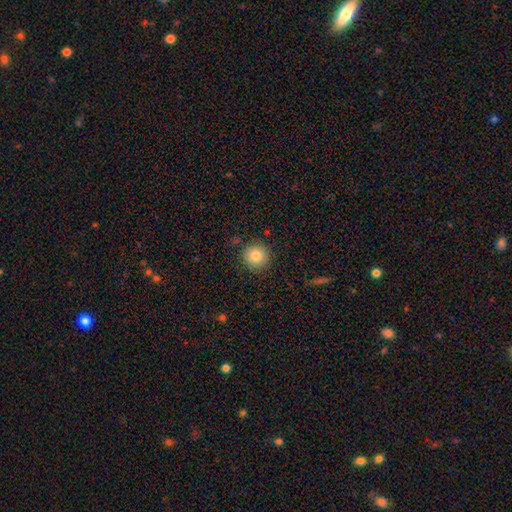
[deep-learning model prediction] The model was most divided on "smooth or featured": smooth: 84%, star or artifact: 10%, featured or disk: 7%. More confident: how rounded — round (94%); merging — none (87%).